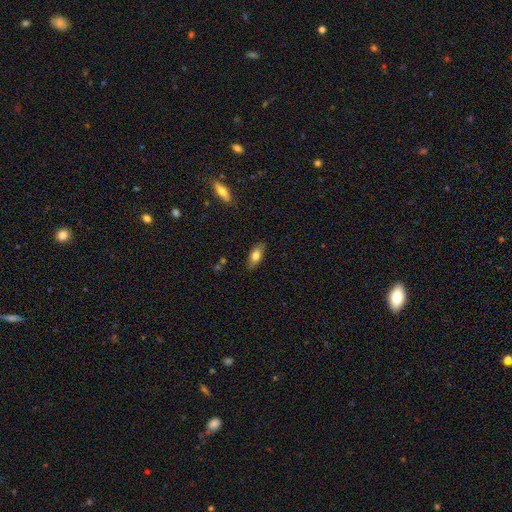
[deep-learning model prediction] smooth_or_featured: smooth (p=0.73) [alt: featured or disk p=0.20]
how_rounded: in between (p=0.80) [alt: cigar-shaped p=0.16]
merging: none (p=0.85) [alt: minor disturbance p=0.11]